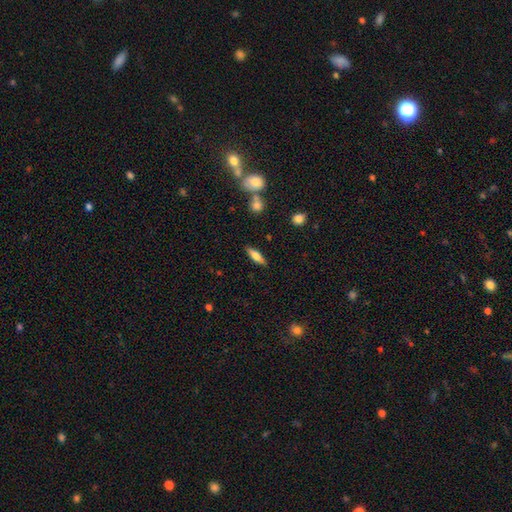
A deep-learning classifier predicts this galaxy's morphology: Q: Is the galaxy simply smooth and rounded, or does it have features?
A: smooth — 56%.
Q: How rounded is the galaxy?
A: cigar-shaped — 50%.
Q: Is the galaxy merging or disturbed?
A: none — 85%.